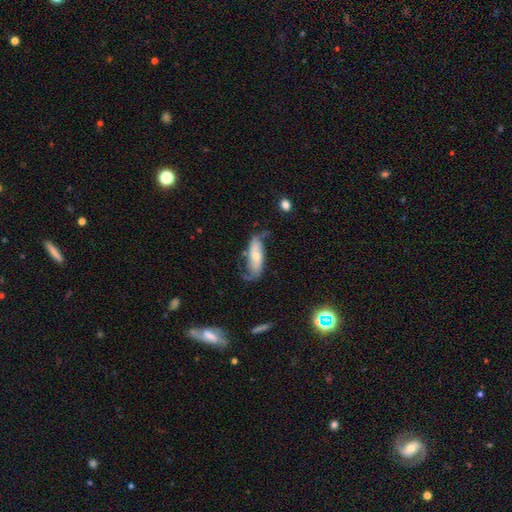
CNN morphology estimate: smooth-or-featured: featured or disk: 58% | smooth: 35% | star or artifact: 6%
  disk-edge-on: no: 83% | yes: 17%
  merging: none: 48% | minor disturbance: 28% | major disturbance: 20% | merger: 4%